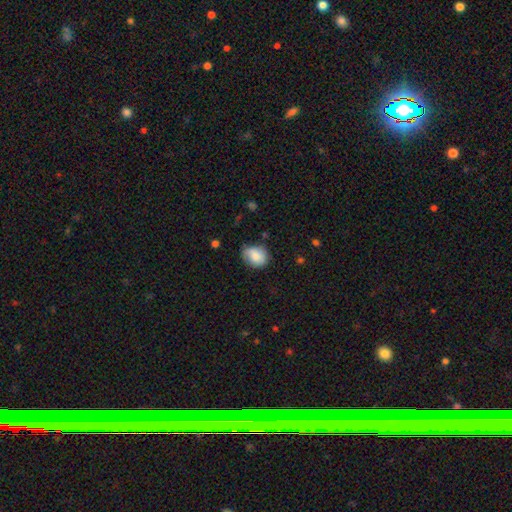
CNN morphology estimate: Smooth or featured?
  - smooth: 78% *
  - featured or disk: 14%
  - star or artifact: 8%
How rounded?
  - round: 51% *
  - in between: 48%
  - cigar-shaped: 1%
Merging?
  - none: 64% *
  - minor disturbance: 28%
  - major disturbance: 6%
  - merger: 2%